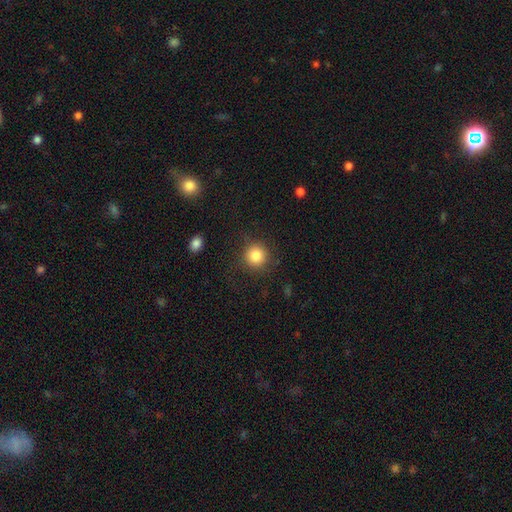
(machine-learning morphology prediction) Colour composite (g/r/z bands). It shows a smooth galaxy with no disk features (84%) that is round (93%). Merging: none (84%).